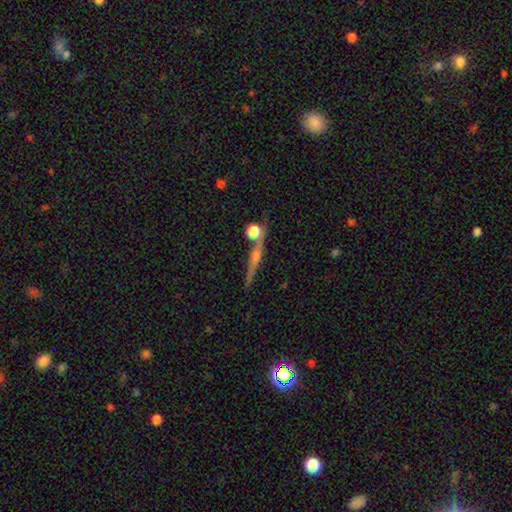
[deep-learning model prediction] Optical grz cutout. It shows a featured or disk galaxy (67%) viewed edge-on (95%) with a rounded central bulge (81%). Merging: none (74%).